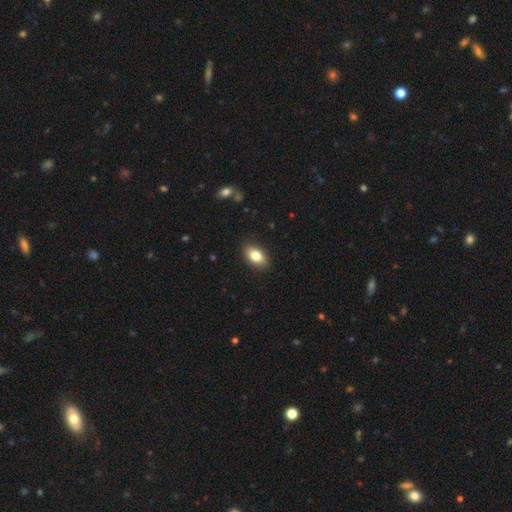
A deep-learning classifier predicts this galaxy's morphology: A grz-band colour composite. It shows a smooth galaxy with no disk features (80%) that is in between round and cigar-shaped (89%). Merging: none (88%).